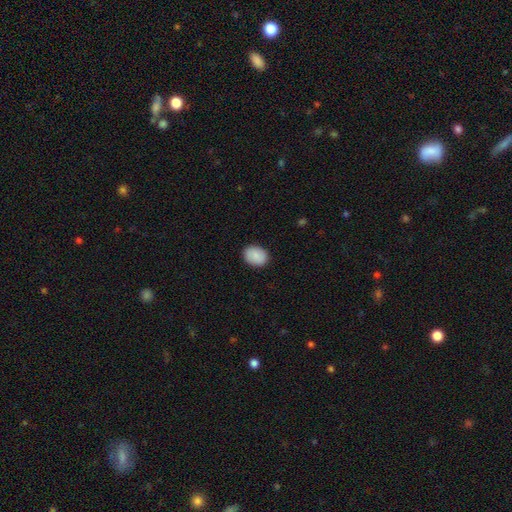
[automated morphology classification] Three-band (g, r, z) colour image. It shows a smooth galaxy with no disk features (89%) that is in between round and cigar-shaped (64%). Merging: none (89%).